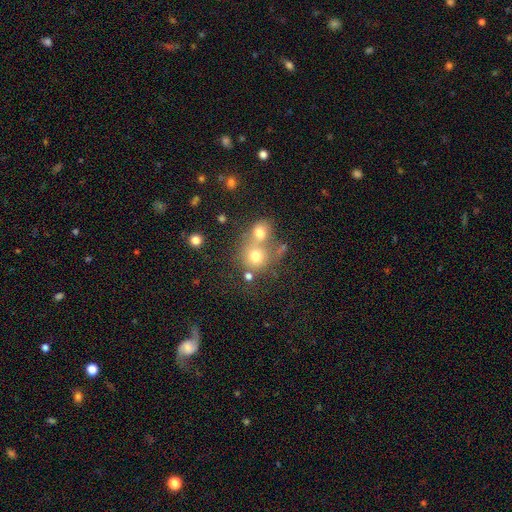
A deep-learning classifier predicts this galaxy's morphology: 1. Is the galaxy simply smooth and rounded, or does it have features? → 70% smooth, 15% featured or disk, 15% star or artifact.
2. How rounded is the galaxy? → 81% round, 18% in between, 1% cigar-shaped.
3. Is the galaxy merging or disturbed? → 52% merger, 36% none, 8% minor disturbance, 5% major disturbance.